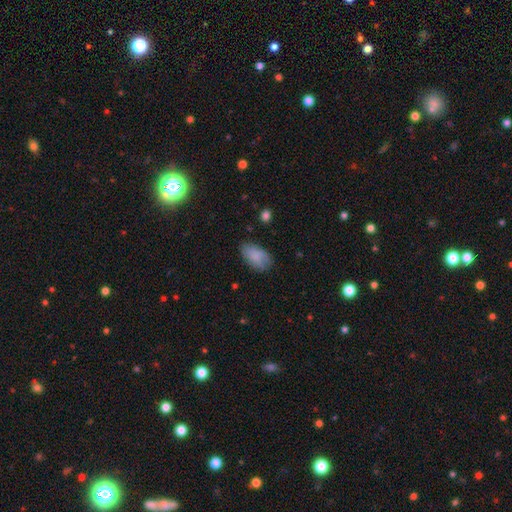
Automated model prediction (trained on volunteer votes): Morphology: type=smooth (84%); roundness=in between (93%); merging=none (74%).